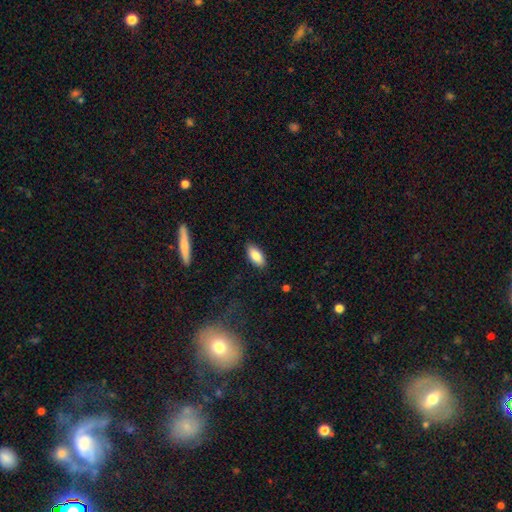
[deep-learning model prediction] smooth 84%, featured or disk 10%, star or artifact 7%. Down the decision tree: how rounded — in between (88%); merging — none (87%).